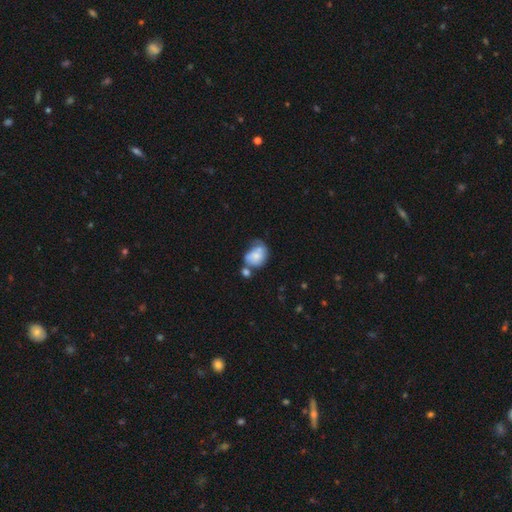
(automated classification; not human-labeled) smooth 67%, featured or disk 24%, star or artifact 8%. Down the decision tree: how rounded — in between (64%); merging — merger (31%).